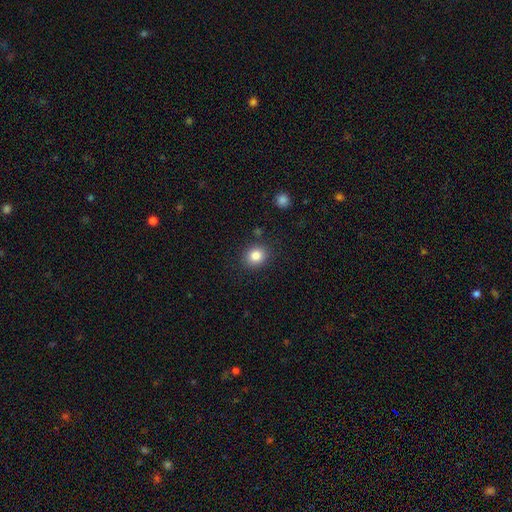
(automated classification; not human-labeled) Q: Smooth or featured?
A: smooth (85%); runner-up: star or artifact (10%)
Q: How rounded?
A: round (68%); runner-up: in between (31%)
Q: Merging?
A: none (87%); runner-up: minor disturbance (9%)